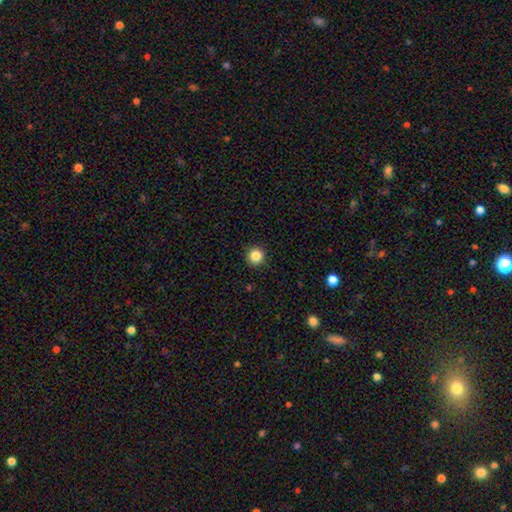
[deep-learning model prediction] smooth 86%, star or artifact 11%, featured or disk 4%. Down the decision tree: how rounded — round (96%); merging — none (93%).